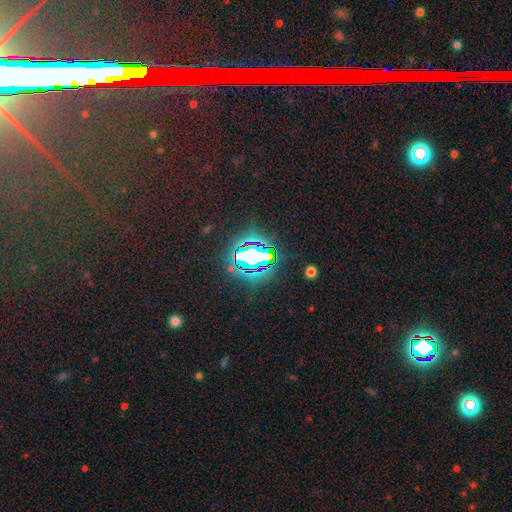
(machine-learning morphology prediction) A star or artifact, not a galaxy (73%).

Vote fractions:
- Smooth or featured? star or artifact: 73% / smooth: 16% / featured or disk: 11%